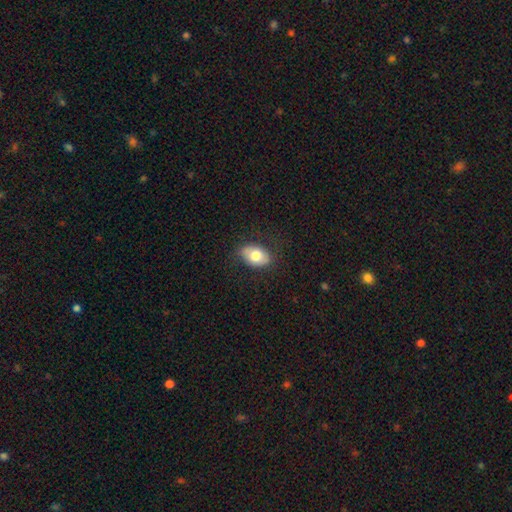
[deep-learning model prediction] Morphology: type=smooth (74%); roundness=in between (86%); merging=none (79%).